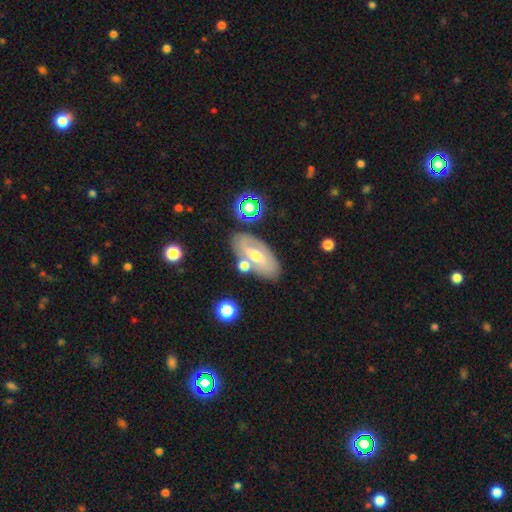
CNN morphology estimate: The model was most divided on "smooth or featured": featured or disk: 56%, smooth: 36%, star or artifact: 9%. More confident: edge-on disk — no (81%); merging — none (71%).